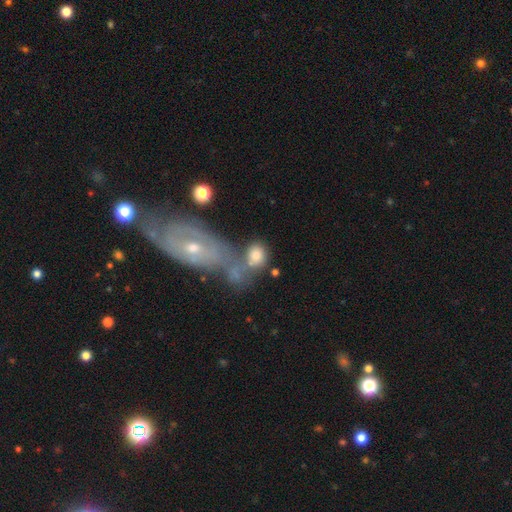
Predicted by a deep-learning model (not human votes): A smooth galaxy with no disk features (73%) that is in between round and cigar-shaped (49%).

Vote fractions:
- Smooth or featured? smooth: 73% / featured or disk: 18% / star or artifact: 10%
- How rounded? in between: 49% / round: 48% / cigar-shaped: 3%
- Merging? merger: 39% / none: 37% / minor disturbance: 13% / major disturbance: 10%